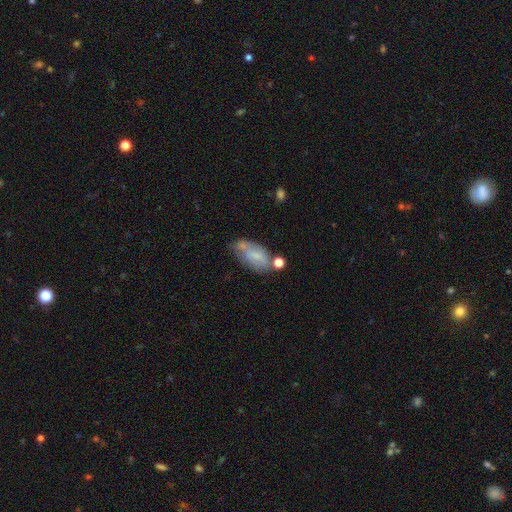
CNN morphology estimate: smooth-or-featured: smooth: 56% | featured or disk: 35% | star or artifact: 8%
  how-rounded: in between: 89% | cigar-shaped: 6% | round: 4%
  merging: none: 38% | minor disturbance: 28% | merger: 21% | major disturbance: 13%